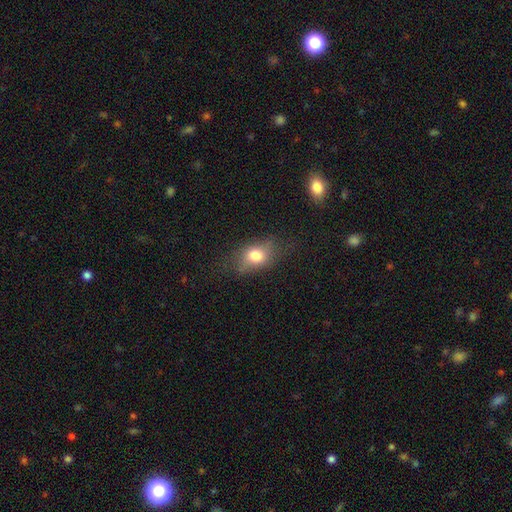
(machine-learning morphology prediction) This is likely a smooth galaxy (74%). How rounded: likely in between (71%). Merging: likely none (66%).